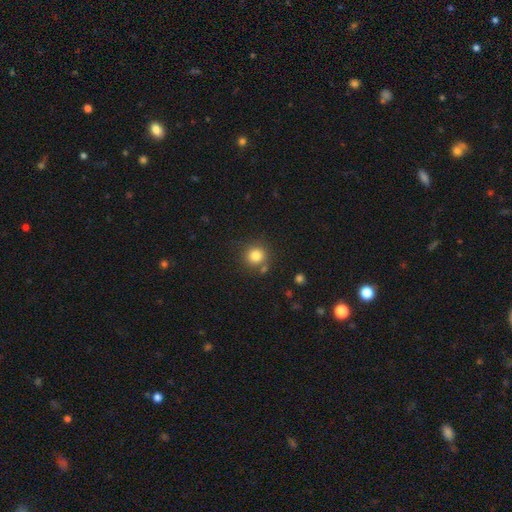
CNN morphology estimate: This appears to be a smooth galaxy with no disk features (82%) that is round (92%). Merging: none (76%).